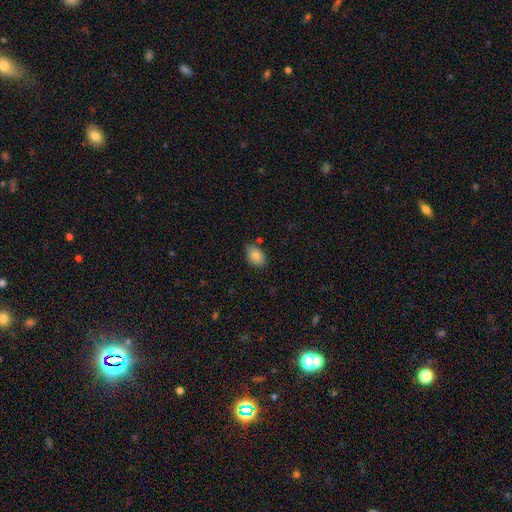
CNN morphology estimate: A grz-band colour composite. It shows a smooth galaxy with no disk features (83%) that is in between round and cigar-shaped (85%). Merging: none (77%).